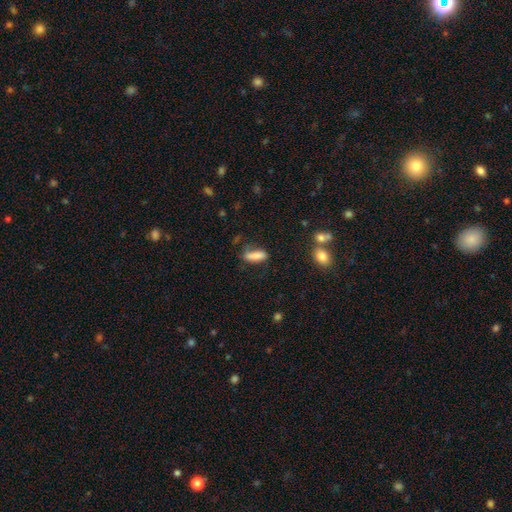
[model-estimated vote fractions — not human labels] Smooth or featured? smooth (82%)
How rounded? in between (56%)
Merging? none (61%)